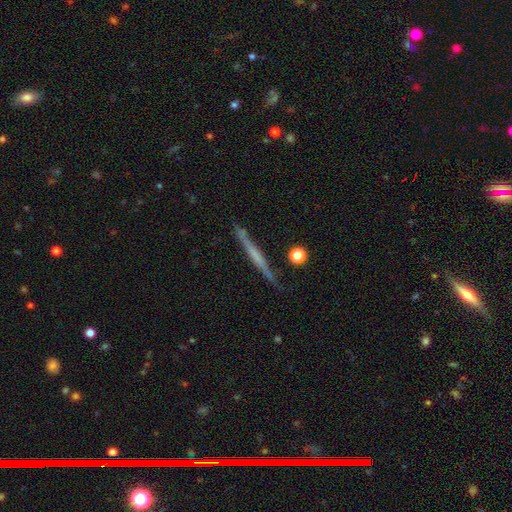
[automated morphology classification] The model was most divided on "smooth or featured": featured or disk: 59%, smooth: 34%, star or artifact: 6%. More confident: edge-on disk — yes (96%); merging — none (83%); edge-on bulge — none (74%).